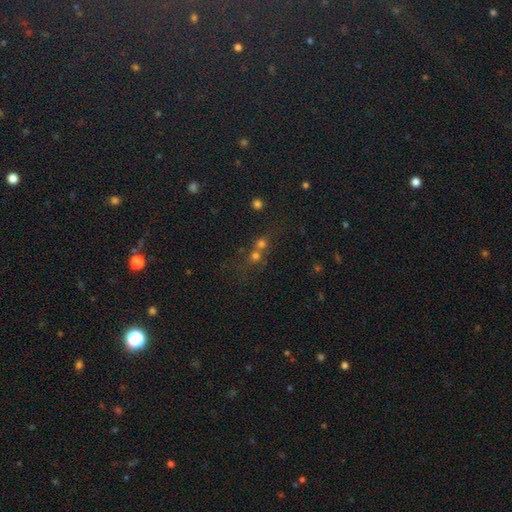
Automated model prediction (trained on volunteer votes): This is possibly a smooth galaxy (58%). How rounded: clearly round (85%). Merging: possibly merger (51%).